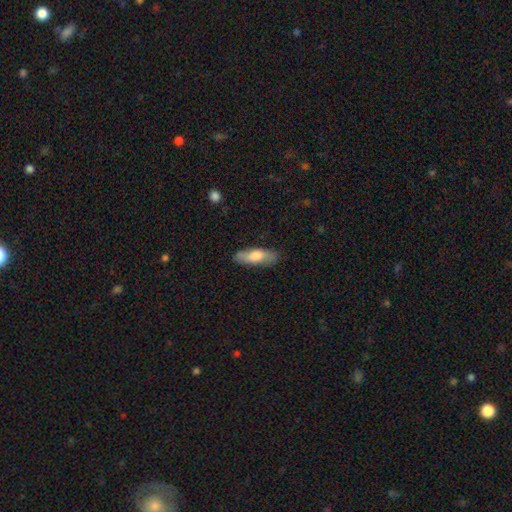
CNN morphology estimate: type=smooth (69%); roundness=in between (49%, tied with cigar-shaped); merging=none (83%).